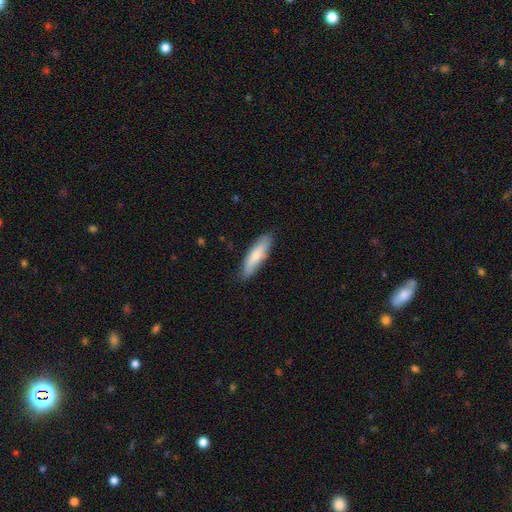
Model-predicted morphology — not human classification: Smooth or featured?
  - smooth: 73% *
  - featured or disk: 22%
  - star or artifact: 5%
How rounded?
  - cigar-shaped: 61% *
  - in between: 37%
  - round: 2%
Merging?
  - none: 82% *
  - minor disturbance: 15%
  - major disturbance: 2%
  - merger: 1%